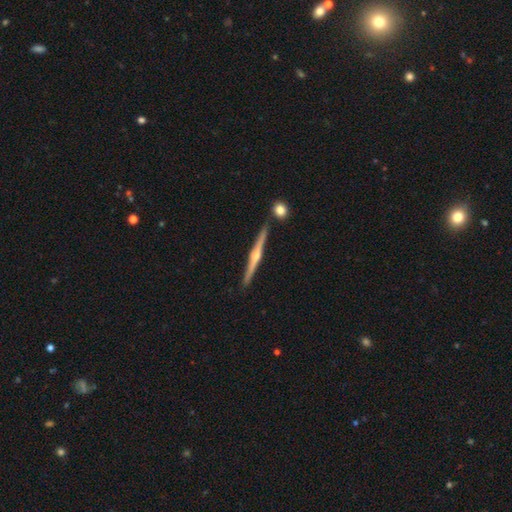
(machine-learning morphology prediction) Overall: featured or disk (80%). Edge-on disk: yes (98%). Edge-on bulge: rounded (87%). Merging: none (87%).